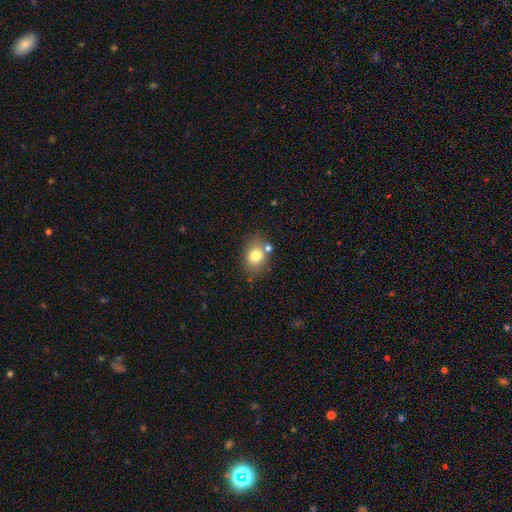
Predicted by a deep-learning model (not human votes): smooth_or_featured: smooth (p=0.76) [alt: featured or disk p=0.14]
how_rounded: in between (p=0.58) [alt: round p=0.41]
merging: none (p=0.68) [alt: minor disturbance p=0.15]